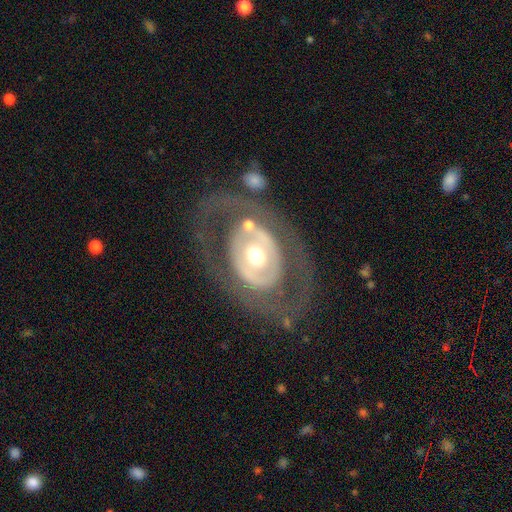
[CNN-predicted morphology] A featured or disk galaxy (71%) with no bar (75%), no spiral arms (75%) and a moderate central bulge (68%).

Vote fractions:
- Smooth or featured? featured or disk: 71% / smooth: 24% / star or artifact: 5%
- Edge-on disk? no: 93% / yes: 7%
- Bar? no: 75% / weak: 16% / strong: 9%
- Spiral arms? no: 75% / yes: 25%
- Bulge size? moderate: 68% / large: 19% / small: 10% / dominant: 2% / none: 1%
- Merging? none: 68% / major disturbance: 15% / minor disturbance: 13% / merger: 4%